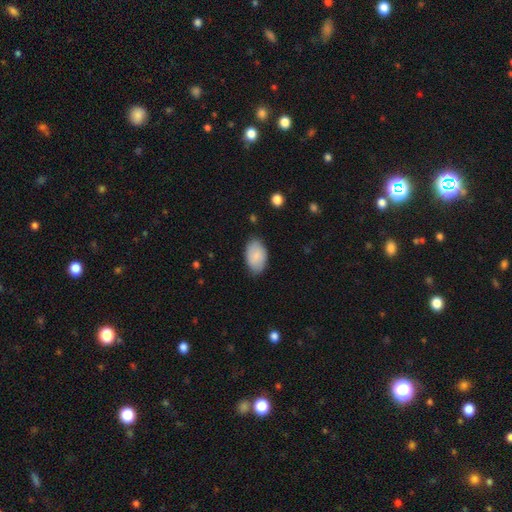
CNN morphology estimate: This is clearly a smooth galaxy (83%). How rounded: clearly in between (93%). Merging: likely none (79%).